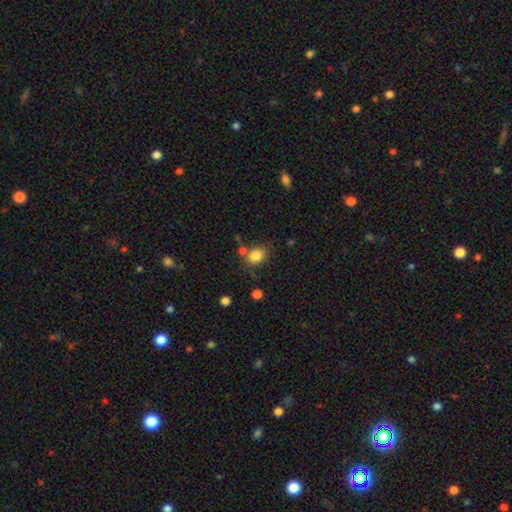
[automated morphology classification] A smooth galaxy with no disk features (83%) that is round (53%).

Vote fractions:
- Smooth or featured? smooth: 83% / star or artifact: 10% / featured or disk: 7%
- How rounded? round: 53% / in between: 46% / cigar-shaped: 1%
- Merging? none: 65% / minor disturbance: 16% / merger: 13% / major disturbance: 5%